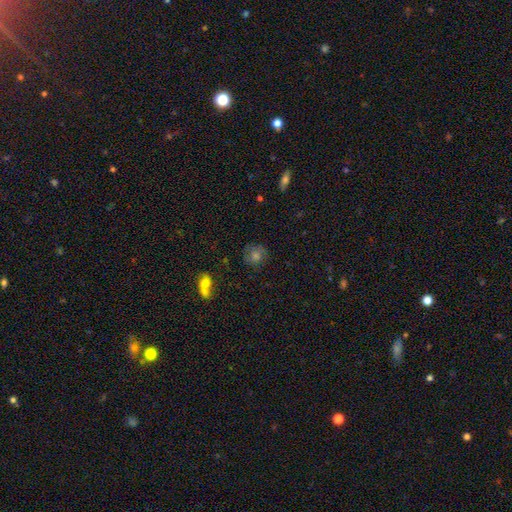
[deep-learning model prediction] Morphology: type=smooth (59%); roundness=round (81%); merging=none (73%).